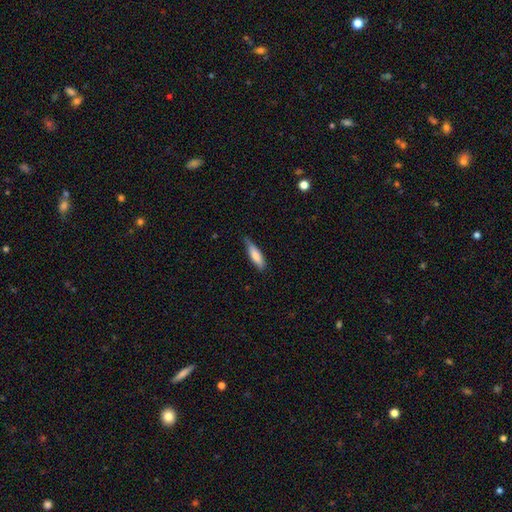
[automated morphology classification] Smooth or featured: smooth — 76% (featured or disk — 18%)
How rounded: cigar-shaped — 65% (in between — 33%)
Merging: none — 68% (minor disturbance — 27%)